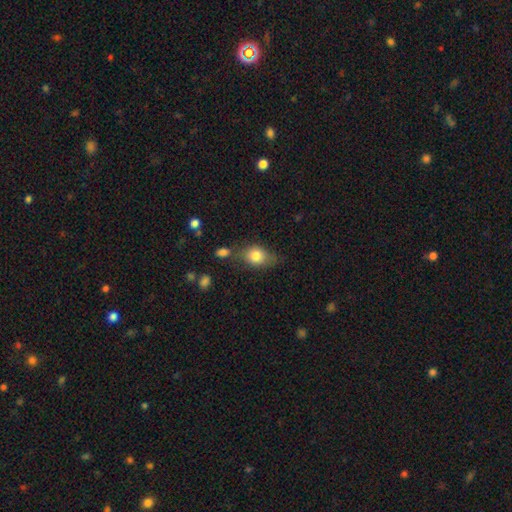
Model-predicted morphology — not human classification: Smooth or featured: smooth — 79% (featured or disk — 13%)
How rounded: in between — 66% (round — 31%)
Merging: none — 58% (minor disturbance — 25%)